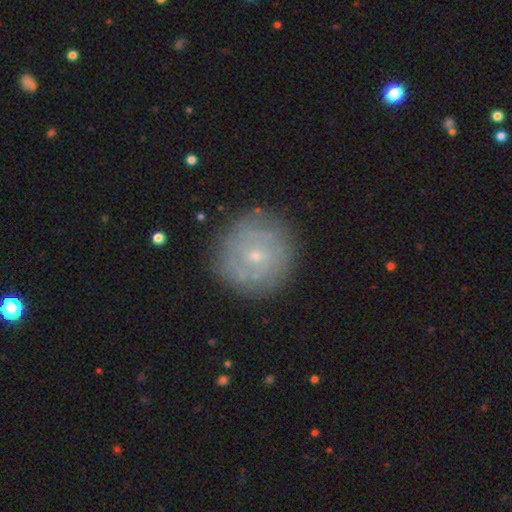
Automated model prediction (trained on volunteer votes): smooth-or-featured: featured or disk: 56% | smooth: 35% | star or artifact: 9%
  disk-edge-on: no: 97% | yes: 3%
    bar: no: 76% | weak: 20% | strong: 4%
    has-spiral-arms: yes: 62% | no: 38%
    bulge-size: small: 81% | moderate: 16% | none: 2% | large: 1% | dominant: 1%
  merging: none: 83% | minor disturbance: 11% | major disturbance: 4% | merger: 2%